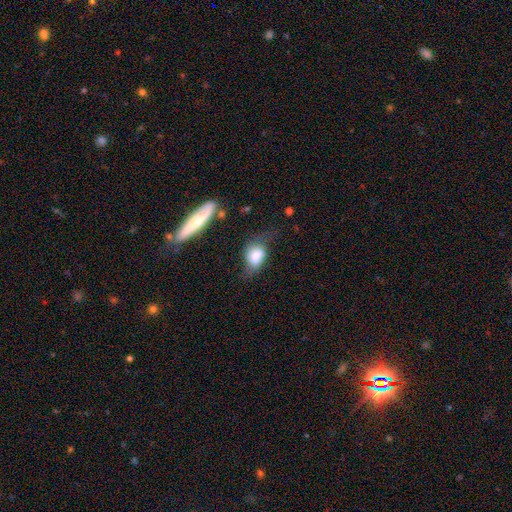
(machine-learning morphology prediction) Overall: smooth (68%). How rounded: in between (75%). Merging: none (38%; minor disturbance 33%).